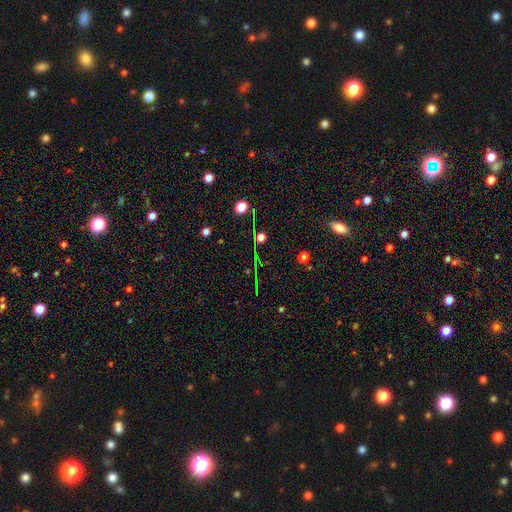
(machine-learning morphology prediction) Smooth or featured? star or artifact (68%)